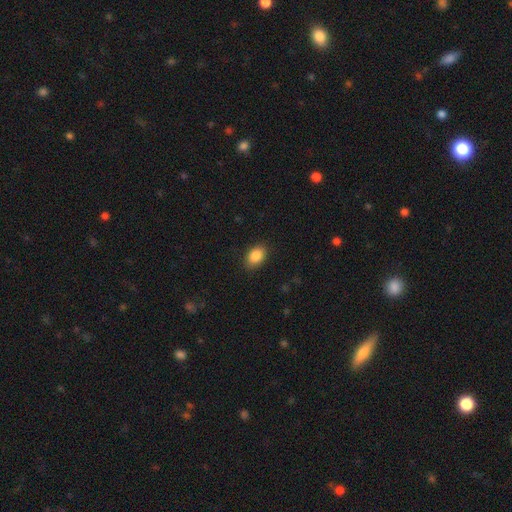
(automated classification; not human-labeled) smooth-or-featured: smooth: 88% | star or artifact: 8% | featured or disk: 4%
  how-rounded: in between: 83% | round: 16% | cigar-shaped: 1%
  merging: none: 87% | minor disturbance: 9% | major disturbance: 2% | merger: 1%